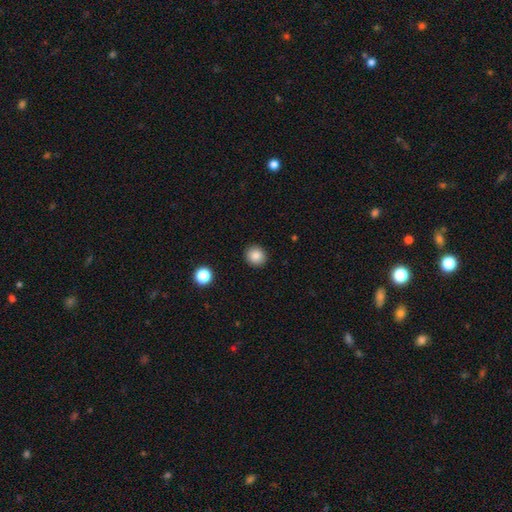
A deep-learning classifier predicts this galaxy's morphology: Q: Smooth or featured?
A: smooth (86%); runner-up: star or artifact (10%)
Q: How rounded?
A: round (90%); runner-up: in between (9%)
Q: Merging?
A: none (92%); runner-up: minor disturbance (5%)